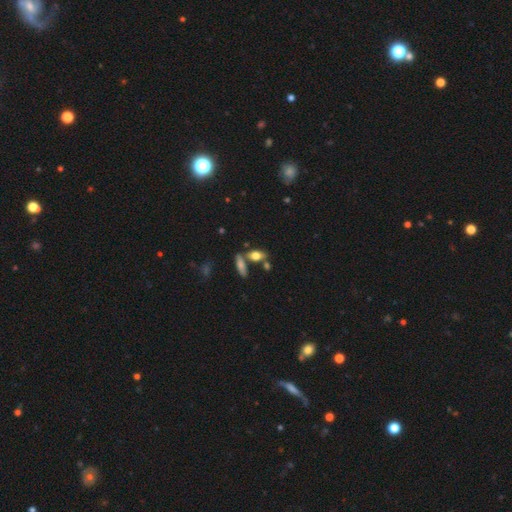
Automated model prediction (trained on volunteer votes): Smooth or featured? smooth (67%)
How rounded? in between (75%)
Merging? none (63%)